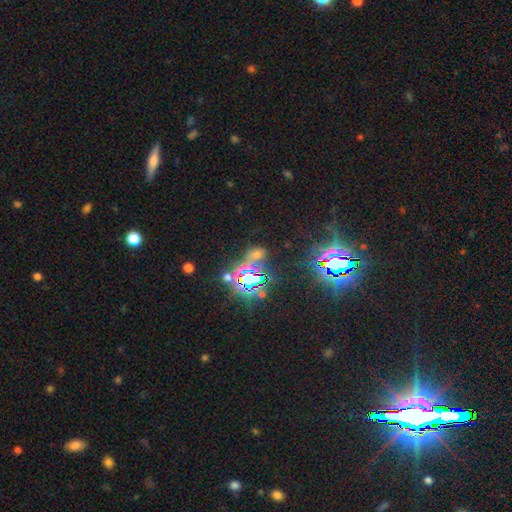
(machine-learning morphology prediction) Smooth or featured? star or artifact (73%)